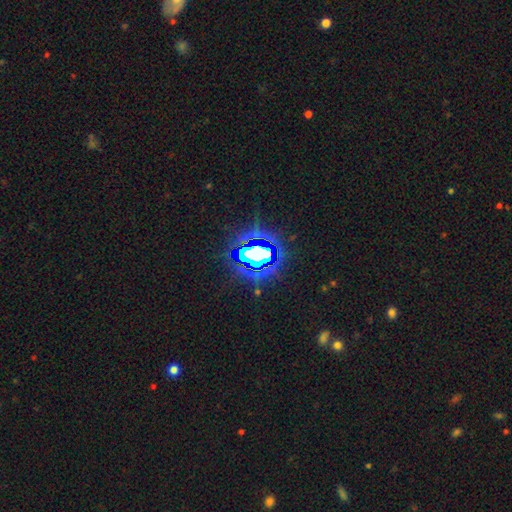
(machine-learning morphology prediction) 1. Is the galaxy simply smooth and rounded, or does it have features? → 64% star or artifact, 19% featured or disk, 17% smooth.